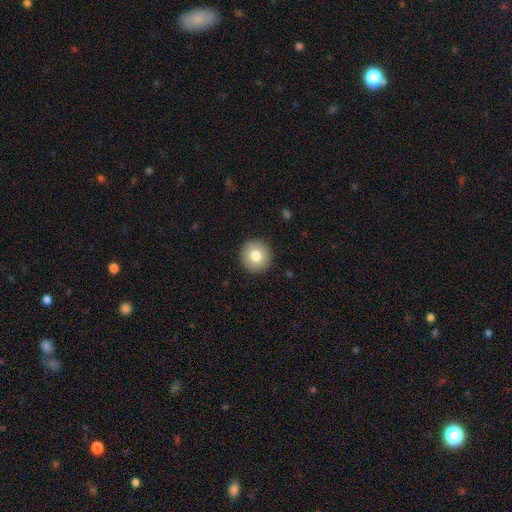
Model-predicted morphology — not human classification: smooth_or_featured: smooth (p=0.80) [alt: featured or disk p=0.12]
how_rounded: round (p=0.95) [alt: in between p=0.04]
merging: none (p=0.92) [alt: minor disturbance p=0.05]